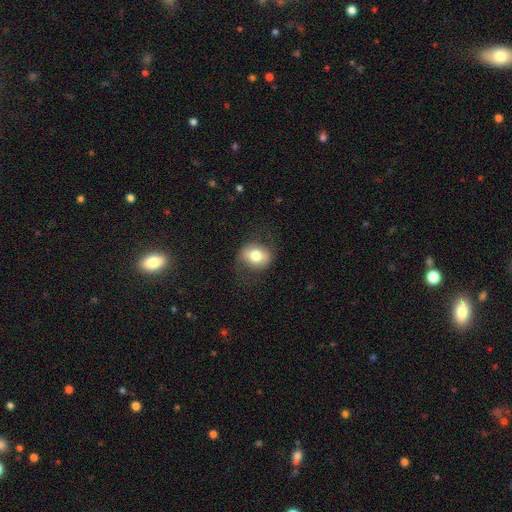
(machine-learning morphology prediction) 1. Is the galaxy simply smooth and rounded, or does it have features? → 68% smooth, 24% featured or disk, 8% star or artifact.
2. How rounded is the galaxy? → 55% round, 44% in between, 1% cigar-shaped.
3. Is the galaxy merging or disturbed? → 75% none, 16% minor disturbance, 8% major disturbance, 1% merger.